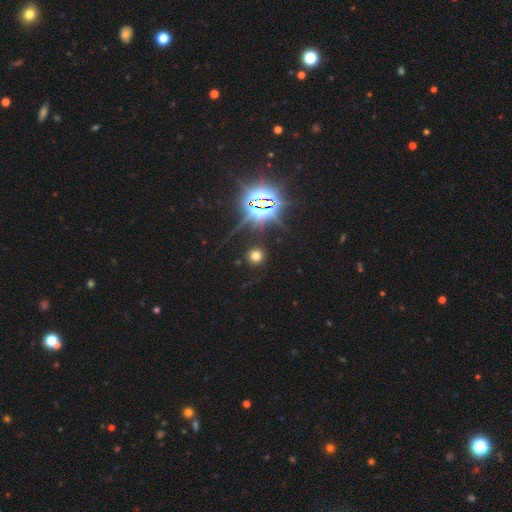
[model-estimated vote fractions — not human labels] Smooth or featured? Predicted: smooth (p=0.58). How rounded? Predicted: round (p=0.92). Merging? Predicted: none (p=0.86).